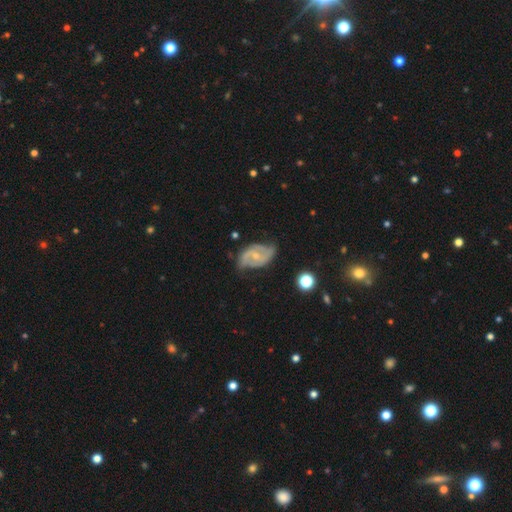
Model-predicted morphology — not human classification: Overall: featured or disk (78%). Edge-on disk: no (96%). Bar: no (49%; weak 40%). Spiral arms: yes (90%). Spiral arm count: 2 (75%). Spiral winding: medium (46%; tight 30%). Bulge size: small (59%; moderate 36%). Merging: none (59%; minor disturbance 29%).